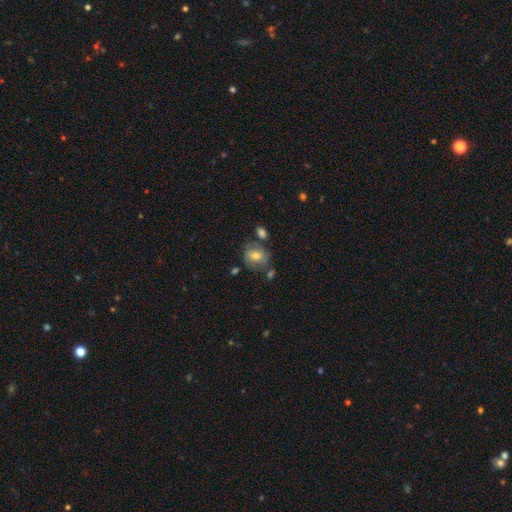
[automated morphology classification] Q: Smooth or featured?
A: smooth (62%); runner-up: featured or disk (29%)
Q: How rounded?
A: round (60%); runner-up: in between (39%)
Q: Merging?
A: none (59%); runner-up: minor disturbance (21%)